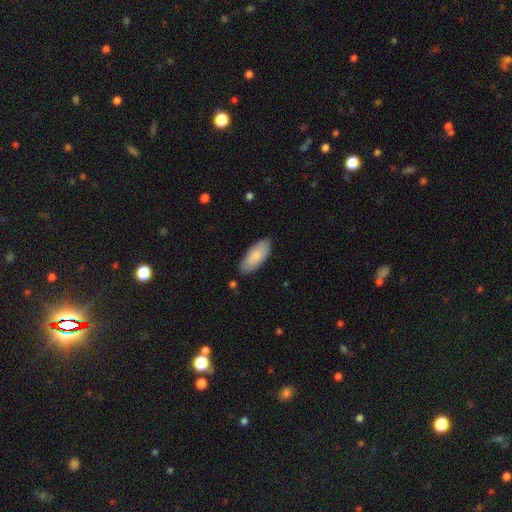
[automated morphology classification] Smooth or featured?
  - smooth: 83% *
  - featured or disk: 12%
  - star or artifact: 5%
How rounded?
  - in between: 85% *
  - cigar-shaped: 13%
  - round: 2%
Merging?
  - none: 83% *
  - minor disturbance: 13%
  - major disturbance: 2%
  - merger: 2%